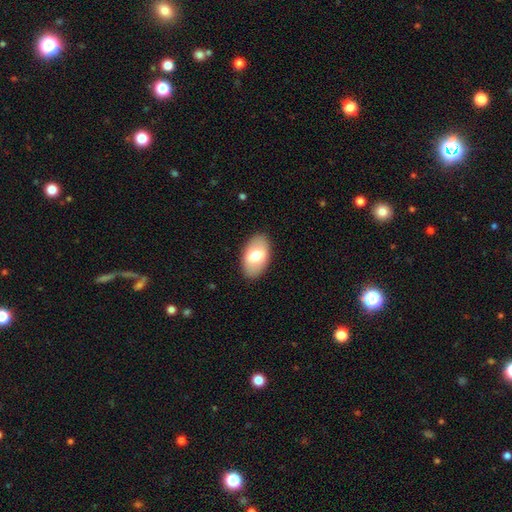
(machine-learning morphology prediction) Overall: smooth (67%). How rounded: in between (93%). Merging: none (88%).